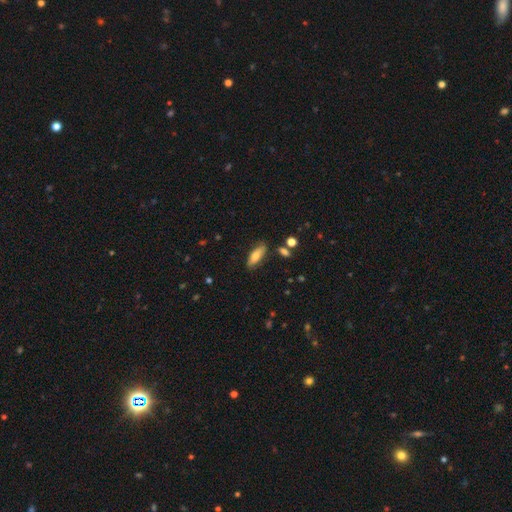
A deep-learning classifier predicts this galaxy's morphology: smooth-or-featured: smooth: 75% | featured or disk: 18% | star or artifact: 7%
  how-rounded: in between: 62% | cigar-shaped: 36% | round: 2%
  merging: none: 79% | minor disturbance: 15% | merger: 3% | major disturbance: 3%